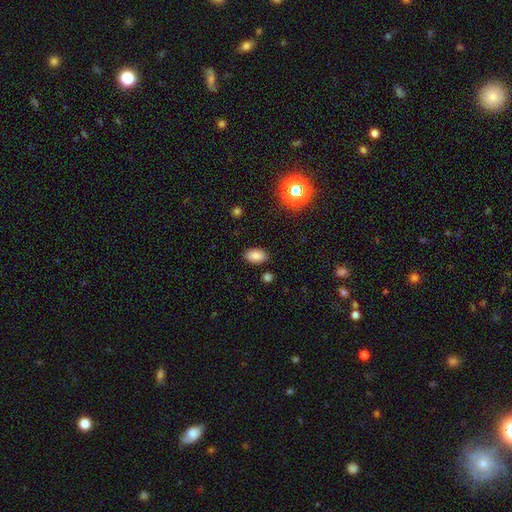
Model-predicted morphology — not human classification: smooth-or-featured: smooth: 83% | star or artifact: 11% | featured or disk: 6%
  how-rounded: in between: 89% | round: 10% | cigar-shaped: 1%
  merging: none: 86% | minor disturbance: 10% | major disturbance: 3% | merger: 2%